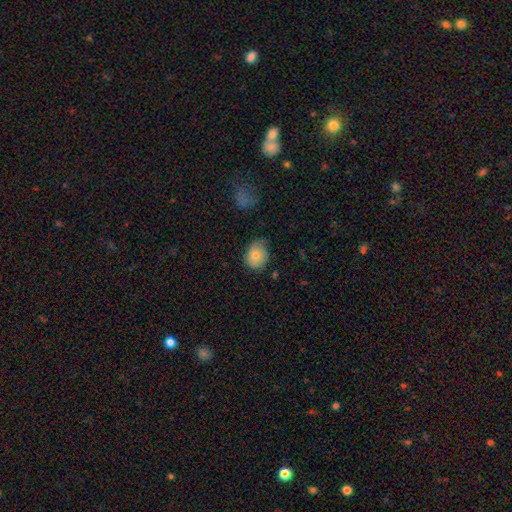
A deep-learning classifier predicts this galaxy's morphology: smooth 78%, featured or disk 14%, star or artifact 8%. Down the decision tree: how rounded — in between (54%); merging — none (57%).